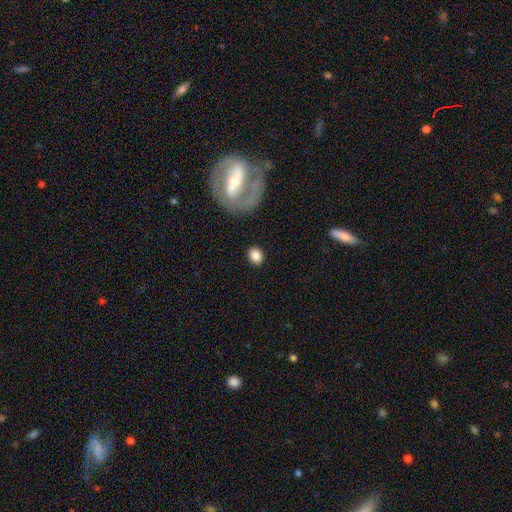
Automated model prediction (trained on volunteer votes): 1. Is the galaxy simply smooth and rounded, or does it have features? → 85% smooth, 8% star or artifact, 7% featured or disk.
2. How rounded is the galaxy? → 52% in between, 47% round, 1% cigar-shaped.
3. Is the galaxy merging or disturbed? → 86% none, 8% minor disturbance, 4% major disturbance, 2% merger.